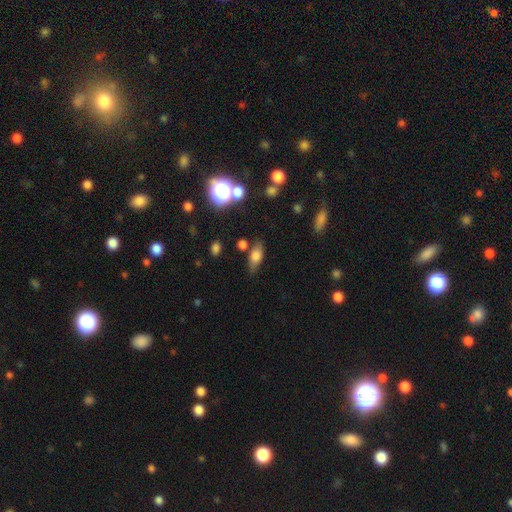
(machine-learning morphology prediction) Overall: smooth (69%). How rounded: in between (75%). Merging: none (72%).